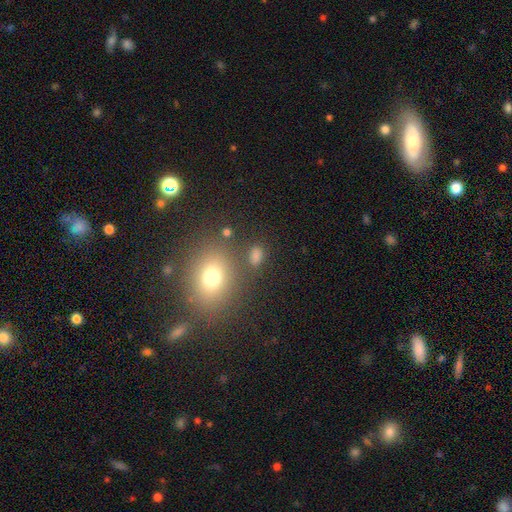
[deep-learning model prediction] A smooth galaxy with no disk features (72%) that is in between round and cigar-shaped (68%). Merging: none (72%).